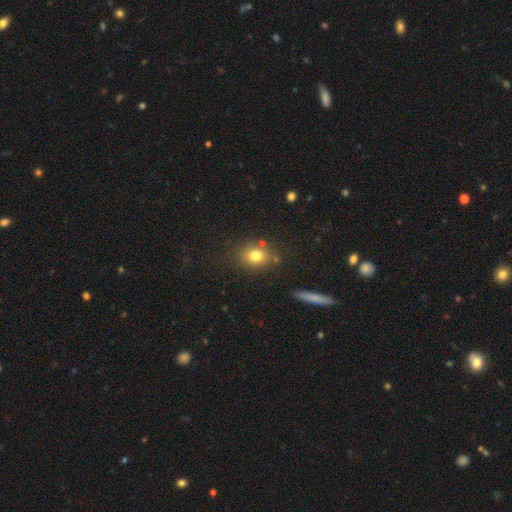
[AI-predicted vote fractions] The model was most divided on "how rounded": round: 53%, in between: 45%, cigar-shaped: 2%. More confident: smooth or featured — smooth (78%); merging — none (78%).